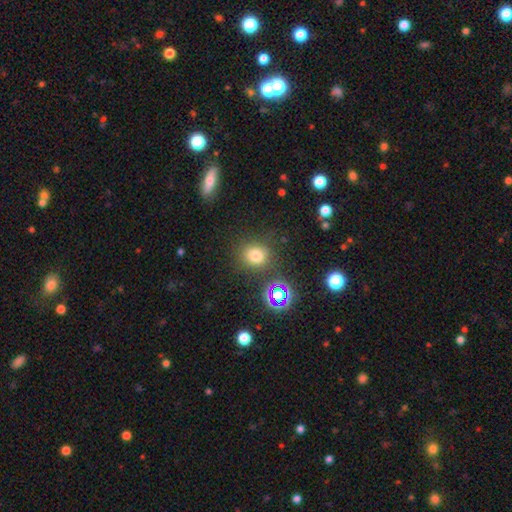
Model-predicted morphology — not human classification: Overall: smooth (72%). How rounded: round (79%). Merging: none (80%).